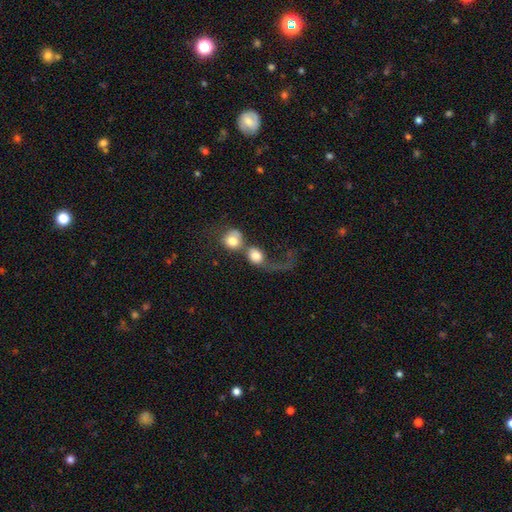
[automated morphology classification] Overall: smooth (65%; featured or disk 26%). How rounded: round (72%). Merging: merger (62%).